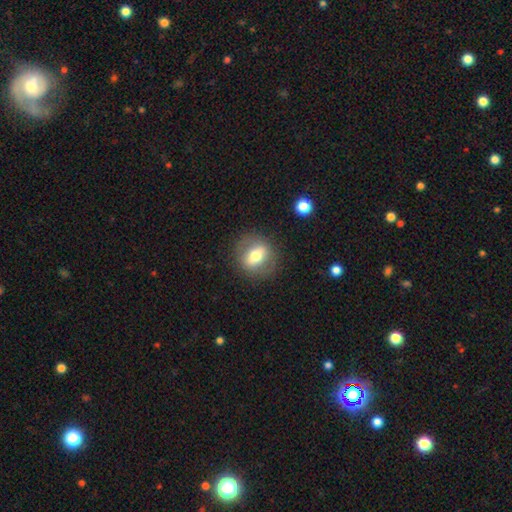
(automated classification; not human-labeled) The model was most divided on "smooth or featured": smooth: 54%, featured or disk: 37%, star or artifact: 9%. More confident: merging — none (83%); how rounded — round (66%).